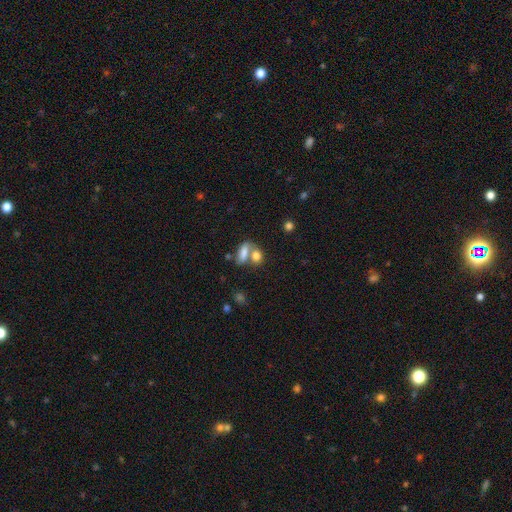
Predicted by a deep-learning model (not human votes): Q: Smooth or featured?
A: smooth (76%); runner-up: featured or disk (13%)
Q: How rounded?
A: in between (69%); runner-up: round (24%)
Q: Merging?
A: merger (54%); runner-up: none (31%)